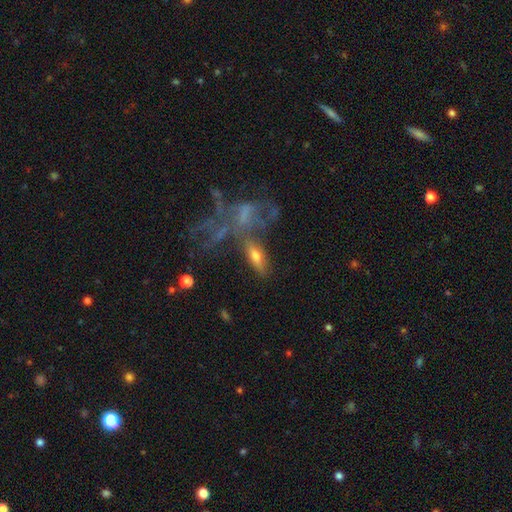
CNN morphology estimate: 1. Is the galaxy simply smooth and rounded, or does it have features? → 45% smooth, 43% featured or disk, 12% star or artifact.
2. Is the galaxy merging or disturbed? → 52% none, 21% merger, 16% minor disturbance, 11% major disturbance.